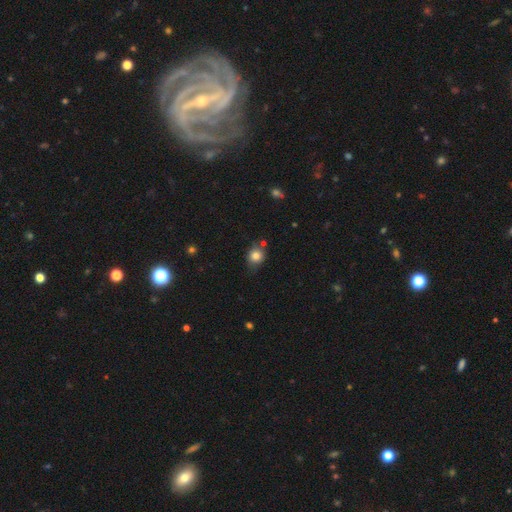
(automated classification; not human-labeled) smooth_or_featured: smooth (p=0.81) [alt: star or artifact p=0.11]
how_rounded: round (p=0.73) [alt: in between p=0.26]
merging: none (p=0.67) [alt: minor disturbance p=0.20]